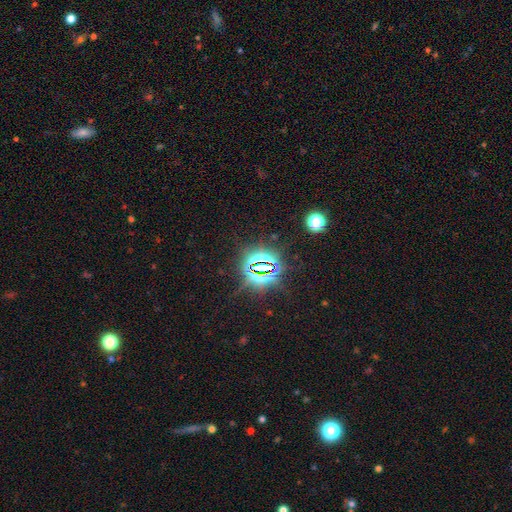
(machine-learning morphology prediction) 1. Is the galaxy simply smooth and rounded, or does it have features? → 82% star or artifact, 10% smooth, 8% featured or disk.